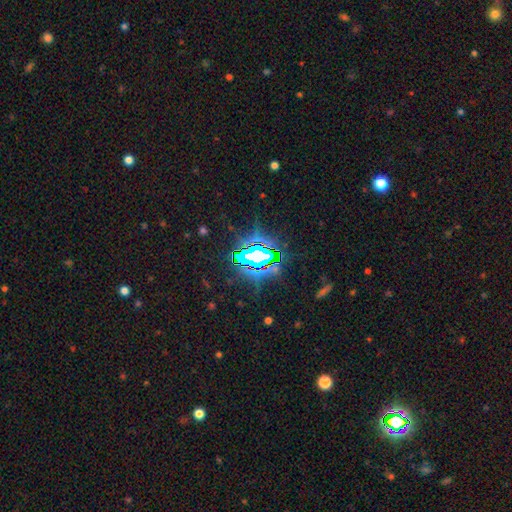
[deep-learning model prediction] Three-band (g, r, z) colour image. It shows a star or artifact, not a galaxy (78%).